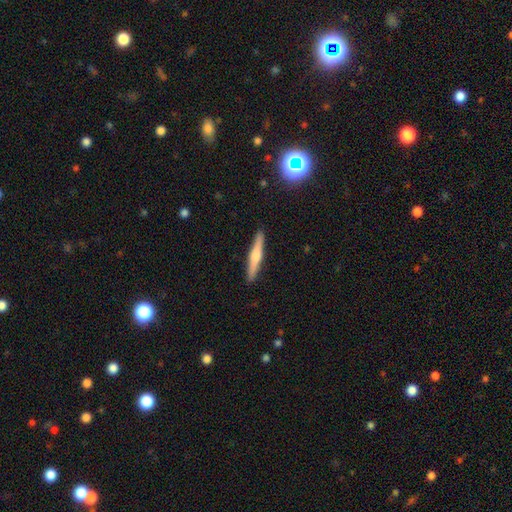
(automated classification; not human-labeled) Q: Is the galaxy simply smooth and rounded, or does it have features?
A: featured or disk — 54%.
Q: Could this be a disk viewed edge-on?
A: yes — 97%.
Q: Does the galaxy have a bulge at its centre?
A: rounded — 78%.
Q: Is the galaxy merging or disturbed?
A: none — 92%.